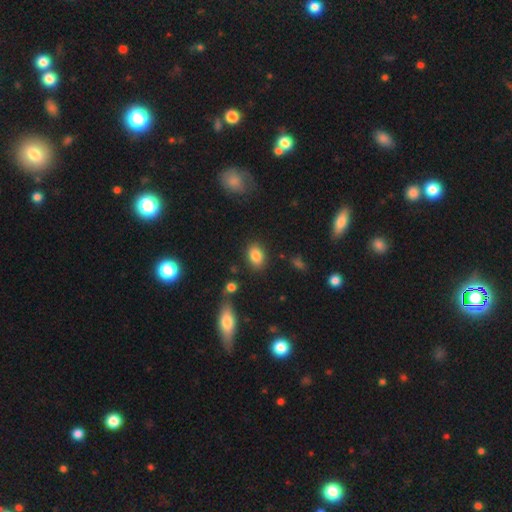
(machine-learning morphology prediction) This is clearly a smooth galaxy (84%). How rounded: likely in between (78%). Merging: clearly none (83%).